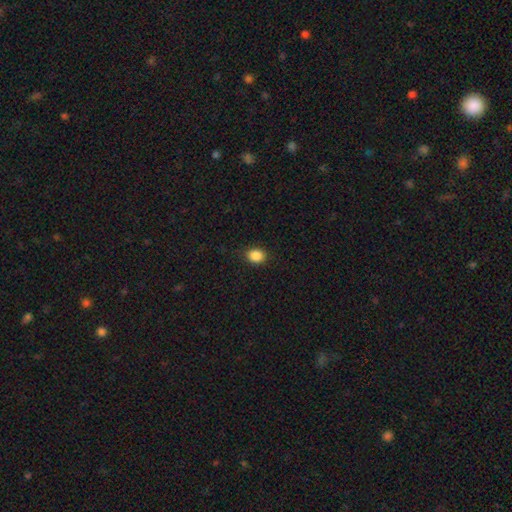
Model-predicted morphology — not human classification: Overall: smooth (87%). How rounded: round (56%; in between 43%). Merging: none (89%).